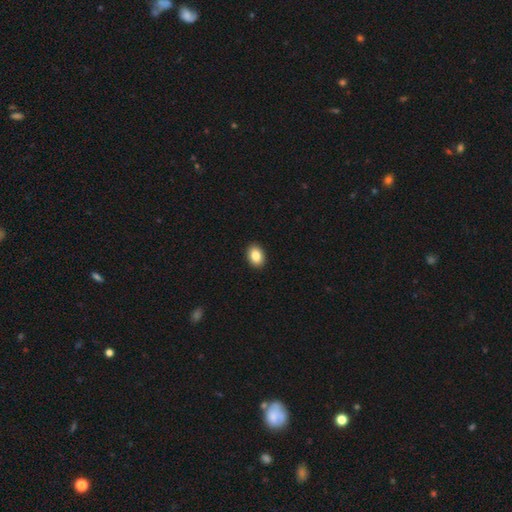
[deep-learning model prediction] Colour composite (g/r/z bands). It shows a smooth galaxy with no disk features (86%) that is in between round and cigar-shaped (76%). Merging: none (92%).